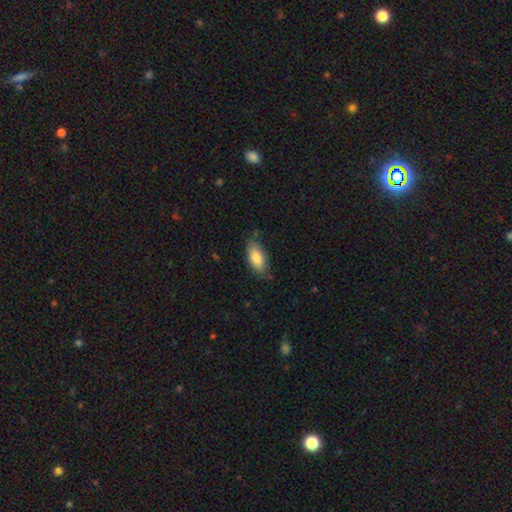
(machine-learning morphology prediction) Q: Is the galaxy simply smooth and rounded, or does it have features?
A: smooth — 81%.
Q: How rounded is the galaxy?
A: in between — 88%.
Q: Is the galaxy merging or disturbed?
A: none — 76%.